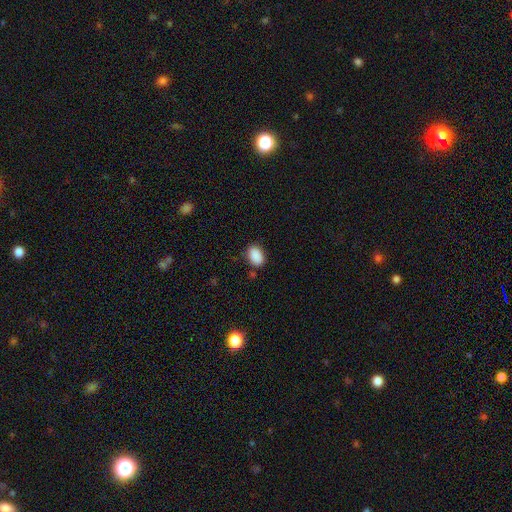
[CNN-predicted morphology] Smooth or featured?
  - smooth: 89% *
  - star or artifact: 8%
  - featured or disk: 3%
How rounded?
  - in between: 86% *
  - round: 13%
  - cigar-shaped: 1%
Merging?
  - none: 82% *
  - minor disturbance: 13%
  - major disturbance: 3%
  - merger: 2%